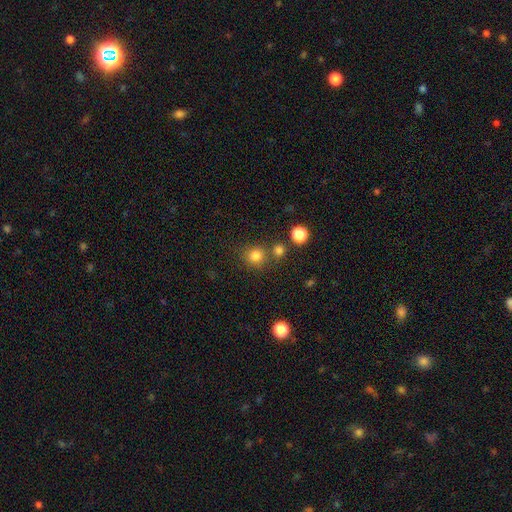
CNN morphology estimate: smooth-or-featured: smooth: 80% | star or artifact: 15% | featured or disk: 5%
  how-rounded: round: 90% | in between: 9% | cigar-shaped: 1%
  merging: none: 72% | merger: 16% | minor disturbance: 9% | major disturbance: 4%